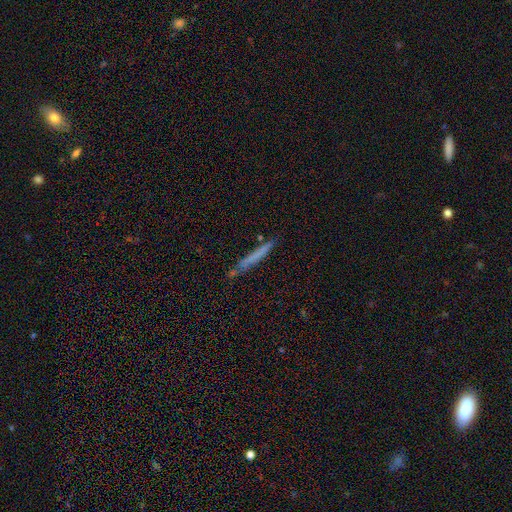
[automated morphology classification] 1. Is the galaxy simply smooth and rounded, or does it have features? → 63% smooth, 29% featured or disk, 8% star or artifact.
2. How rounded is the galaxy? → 96% cigar-shaped, 3% in between, 1% round.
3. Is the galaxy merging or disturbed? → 78% none, 14% minor disturbance, 5% merger, 3% major disturbance.